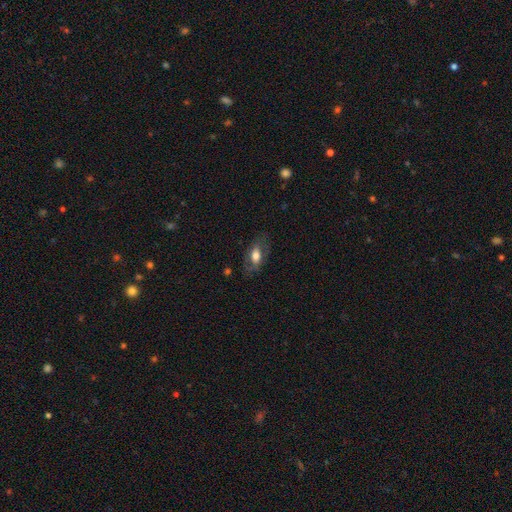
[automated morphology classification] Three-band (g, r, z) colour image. It shows a smooth galaxy with no disk features (56%) that is in between round and cigar-shaped (85%). Merging: none (71%).